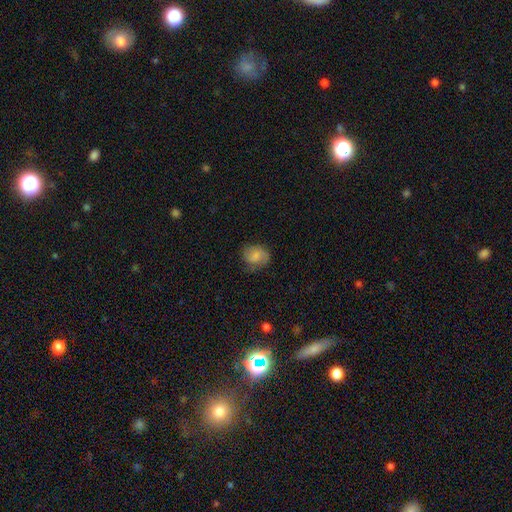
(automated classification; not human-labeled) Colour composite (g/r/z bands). It shows a smooth galaxy with no disk features (69%) that is round (53%). Merging: none (65%).